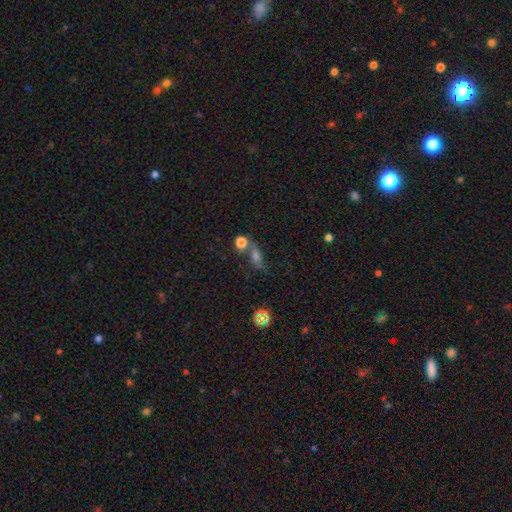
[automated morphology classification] This is possibly a smooth galaxy (48%). Merging: possibly none (51%).